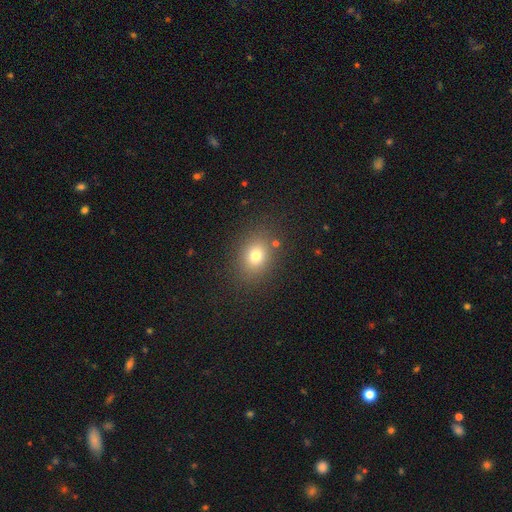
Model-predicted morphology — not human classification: smooth-or-featured: smooth: 74% | star or artifact: 15% | featured or disk: 11%
  how-rounded: in between: 51% | round: 48% | cigar-shaped: 1%
  merging: none: 83% | minor disturbance: 10% | major disturbance: 4% | merger: 3%